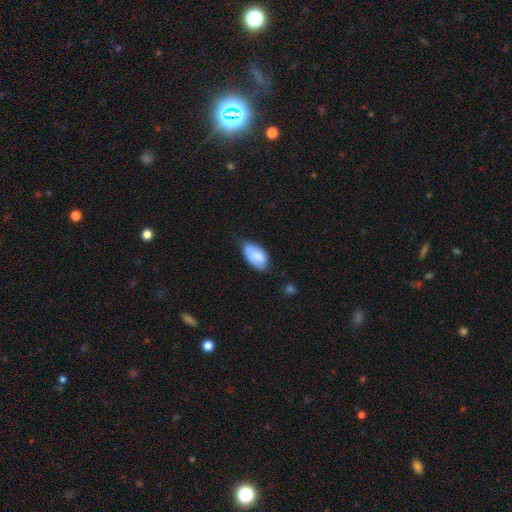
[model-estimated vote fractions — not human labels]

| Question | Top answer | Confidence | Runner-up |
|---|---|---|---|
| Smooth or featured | smooth | 85% | featured or disk (8%) |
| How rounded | in between | 95% | round (3%) |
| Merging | none | 55% | minor disturbance (37%) |